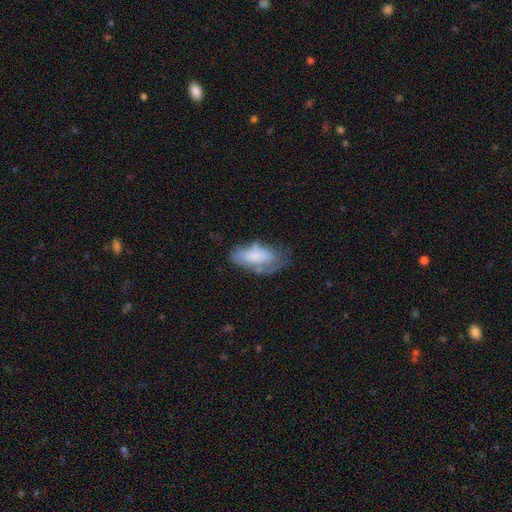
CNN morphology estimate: Smooth or featured?
  - smooth: 65% *
  - featured or disk: 27%
  - star or artifact: 8%
How rounded?
  - in between: 91% *
  - cigar-shaped: 6%
  - round: 3%
Merging?
  - none: 40% *
  - minor disturbance: 33%
  - major disturbance: 22%
  - merger: 6%